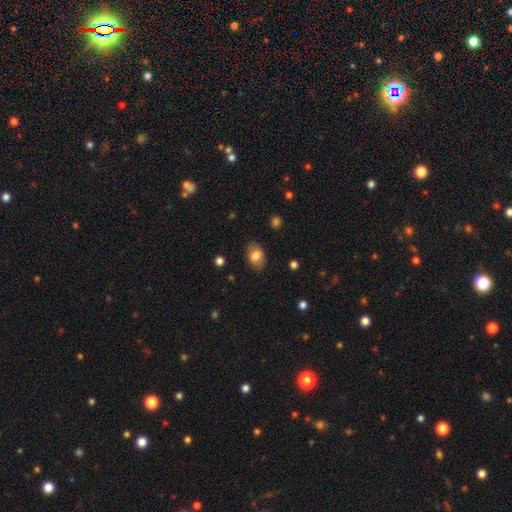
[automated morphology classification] This appears to be a smooth galaxy with no disk features (80%) that is in between round and cigar-shaped (82%). Merging: none (81%).